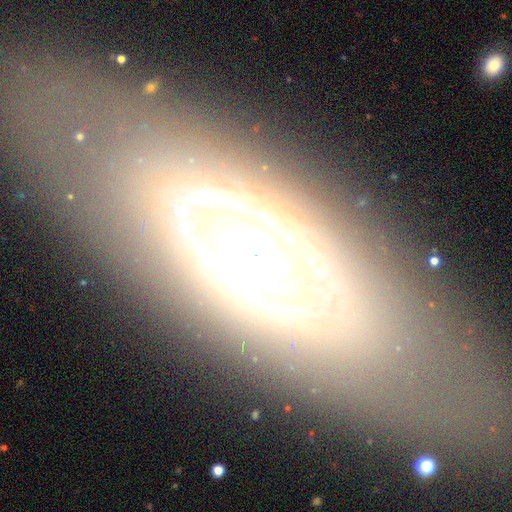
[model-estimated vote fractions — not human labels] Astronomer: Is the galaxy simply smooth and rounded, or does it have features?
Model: featured or disk — 70%.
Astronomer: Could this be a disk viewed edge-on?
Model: no — 79%.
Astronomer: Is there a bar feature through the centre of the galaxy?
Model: no — 87%.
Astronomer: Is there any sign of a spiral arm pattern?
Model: no — 83%.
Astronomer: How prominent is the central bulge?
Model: moderate — 56%.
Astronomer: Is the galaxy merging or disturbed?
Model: none — 82%.